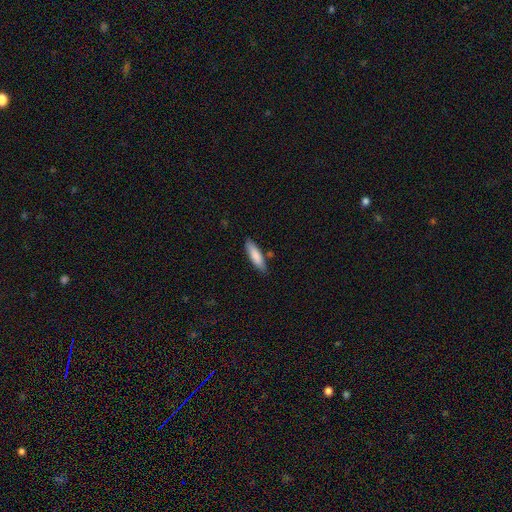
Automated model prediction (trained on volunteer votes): smooth-or-featured: smooth: 84% | featured or disk: 11% | star or artifact: 6%
  how-rounded: cigar-shaped: 64% | in between: 35% | round: 1%
  merging: none: 82% | minor disturbance: 12% | merger: 3% | major disturbance: 2%